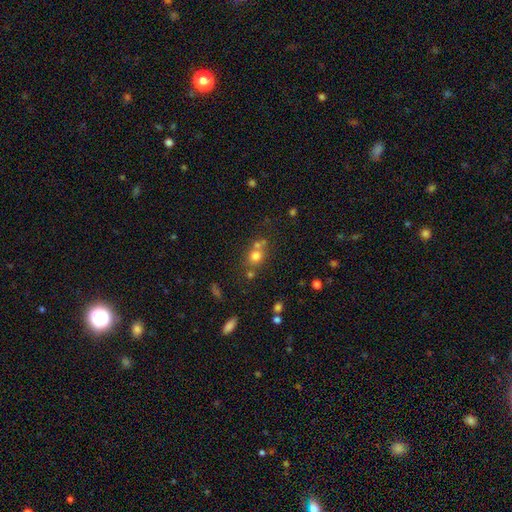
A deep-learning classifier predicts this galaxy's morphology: Q: Smooth or featured?
A: smooth (72%); runner-up: star or artifact (16%)
Q: How rounded?
A: round (79%); runner-up: in between (20%)
Q: Merging?
A: none (54%); runner-up: merger (32%)